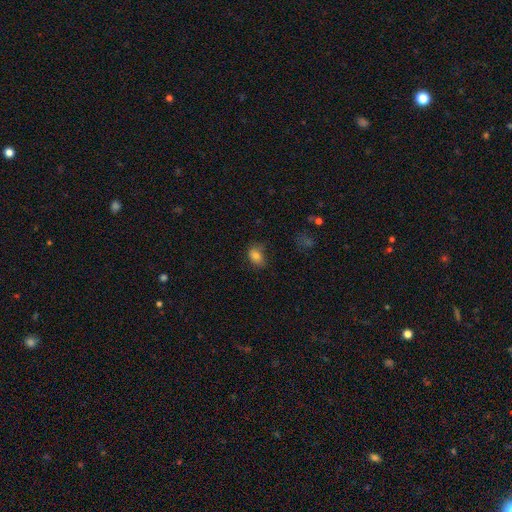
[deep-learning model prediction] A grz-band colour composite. It shows a smooth galaxy with no disk features (80%) that is in between round and cigar-shaped (76%). Merging: none (62%).